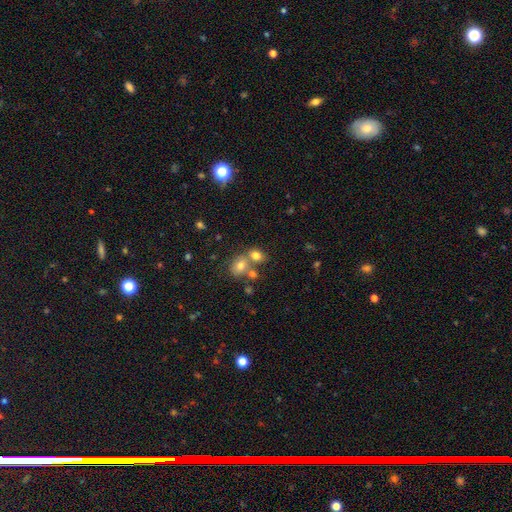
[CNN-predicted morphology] Smooth or featured?
  - smooth: 74% *
  - star or artifact: 14%
  - featured or disk: 13%
How rounded?
  - in between: 55% *
  - round: 44%
  - cigar-shaped: 1%
Merging?
  - merger: 45% *
  - none: 41%
  - minor disturbance: 9%
  - major disturbance: 4%